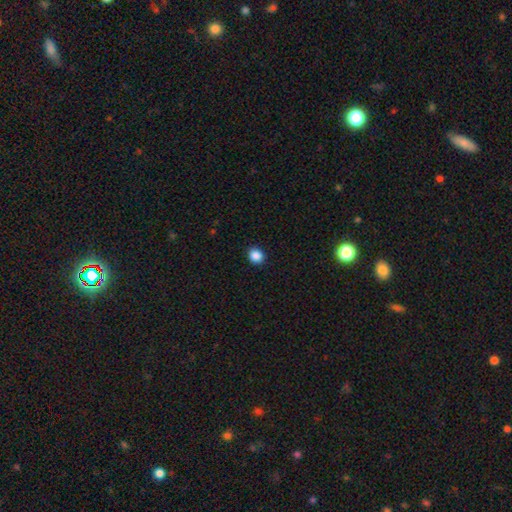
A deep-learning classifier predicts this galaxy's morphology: A smooth galaxy with no disk features (87%) that is round (81%). Merging: none (91%).